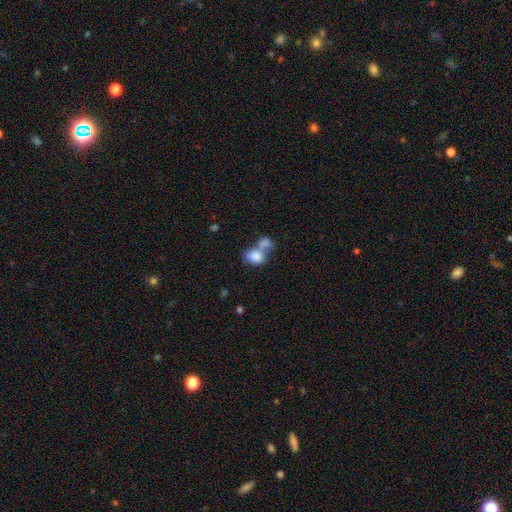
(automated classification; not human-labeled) The model was most divided on "merging": merger: 67%, none: 19%, minor disturbance: 8%, major disturbance: 6%. More confident: smooth or featured — smooth (80%); how rounded — in between (75%).